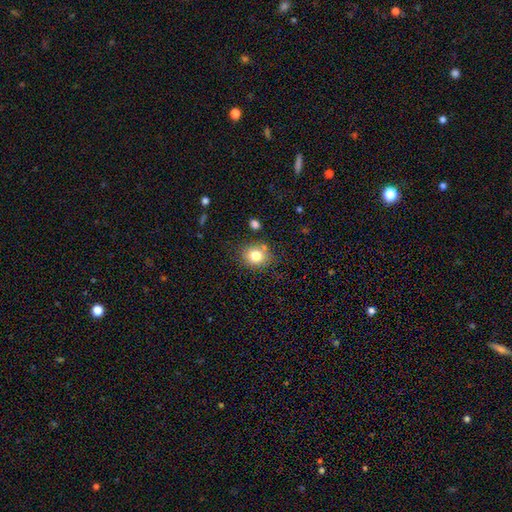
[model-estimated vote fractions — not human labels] A smooth galaxy with no disk features (80%) that is round (75%).

Vote fractions:
- Smooth or featured? smooth: 80% / star or artifact: 11% / featured or disk: 9%
- How rounded? round: 75% / in between: 24% / cigar-shaped: 1%
- Merging? none: 80% / minor disturbance: 11% / merger: 6% / major disturbance: 3%